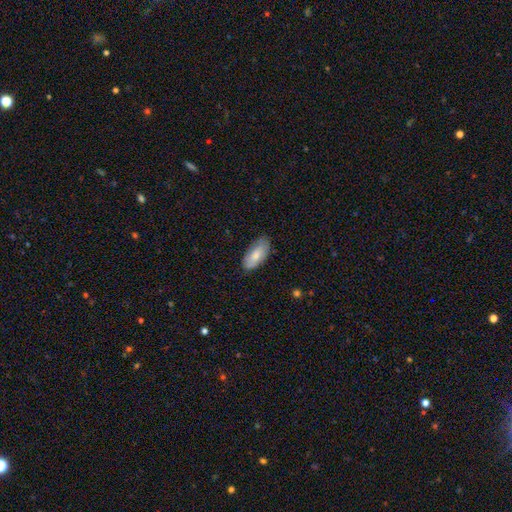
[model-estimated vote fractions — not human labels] Smooth or featured? smooth (78%)
How rounded? in between (90%)
Merging? none (79%)